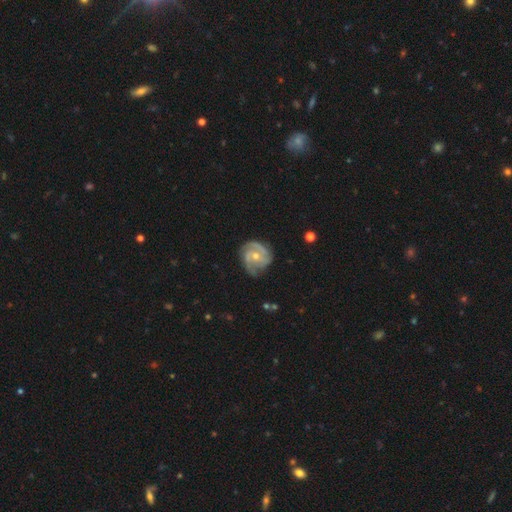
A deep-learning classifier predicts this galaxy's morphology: smooth-or-featured: featured or disk: 85% | smooth: 10% | star or artifact: 5%
  disk-edge-on: no: 98% | yes: 2%
    bar: no: 61% | weak: 32% | strong: 7%
    has-spiral-arms: yes: 96% | no: 4%
      spiral-winding: medium: 45% | tight: 44% | loose: 12%
      spiral-arm-count: 2: 42% | 3: 36% | can't tell: 11% | 4: 5% | 1: 4% | more than 4: 3%
    bulge-size: moderate: 52% | small: 45% | large: 1% | none: 1% | dominant: 1%
  merging: none: 67% | minor disturbance: 24% | major disturbance: 8% | merger: 2%